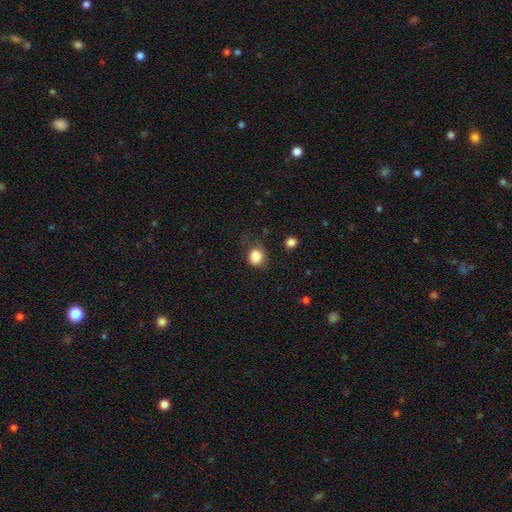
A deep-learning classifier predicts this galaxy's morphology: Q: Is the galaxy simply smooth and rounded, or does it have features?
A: smooth — 84%.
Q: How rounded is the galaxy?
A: round — 78%.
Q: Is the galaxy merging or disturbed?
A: none — 70%.